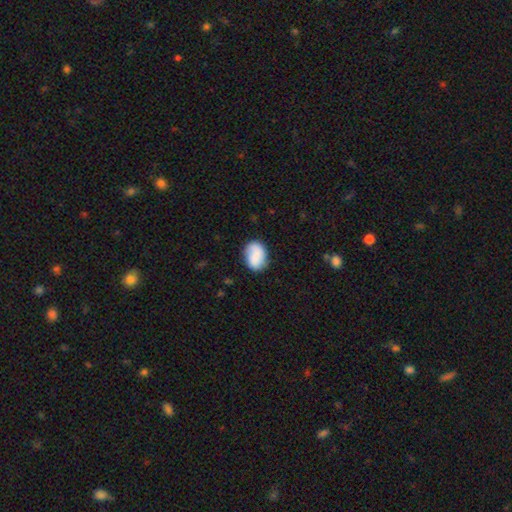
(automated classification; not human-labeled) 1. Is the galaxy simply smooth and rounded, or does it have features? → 68% smooth, 24% featured or disk, 8% star or artifact.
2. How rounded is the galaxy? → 70% in between, 29% round, 1% cigar-shaped.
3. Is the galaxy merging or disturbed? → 75% none, 18% minor disturbance, 5% major disturbance, 2% merger.